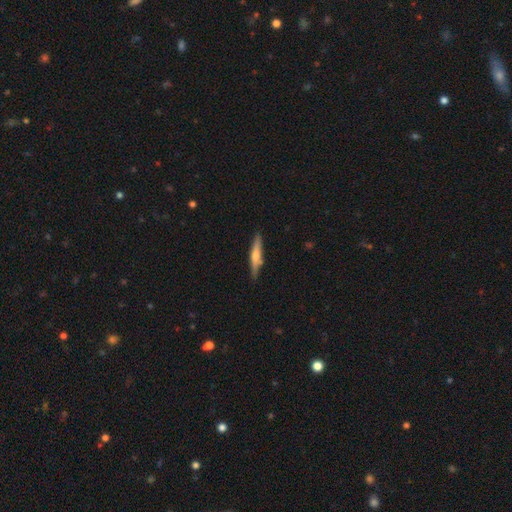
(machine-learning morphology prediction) Smooth or featured? featured or disk (53%)
Edge-on disk? yes (95%)
Edge-on bulge? rounded (78%)
Merging? none (85%)